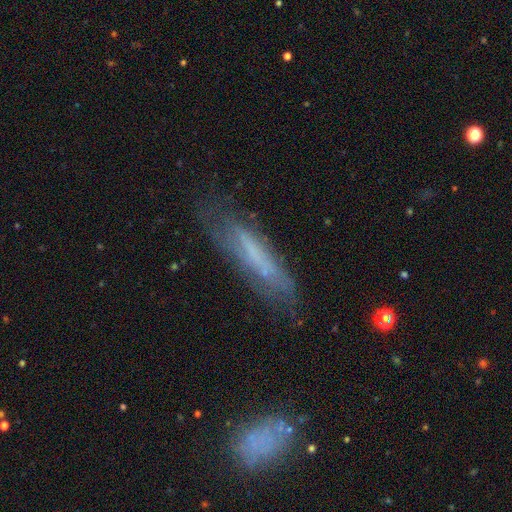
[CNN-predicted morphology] type=featured or disk (47%); merging=none (65%).